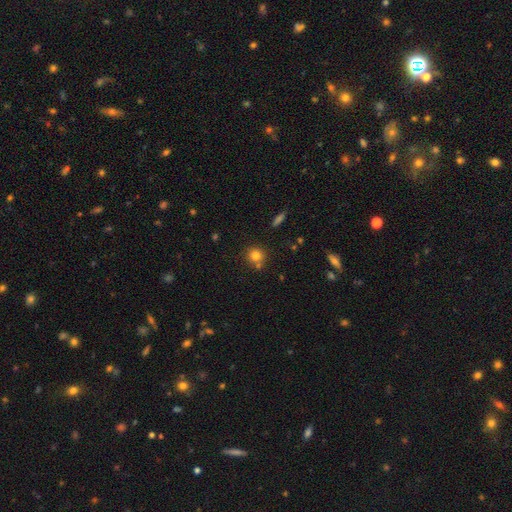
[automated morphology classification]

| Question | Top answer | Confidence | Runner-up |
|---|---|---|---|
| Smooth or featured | smooth | 79% | star or artifact (13%) |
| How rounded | round | 89% | in between (10%) |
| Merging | none | 69% | merger (17%) |